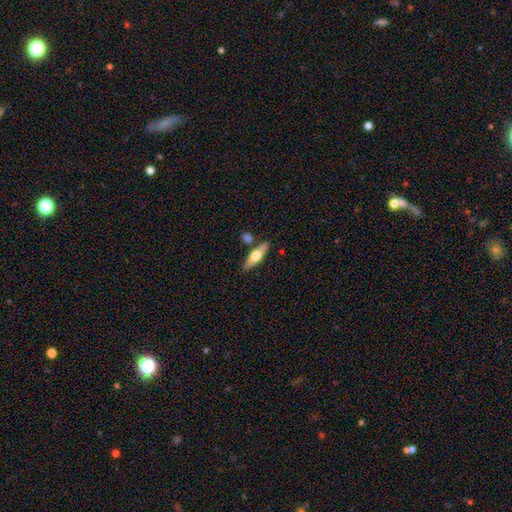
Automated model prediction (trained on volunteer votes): This is possibly a featured or disk galaxy (48%). Merging: likely none (78%).